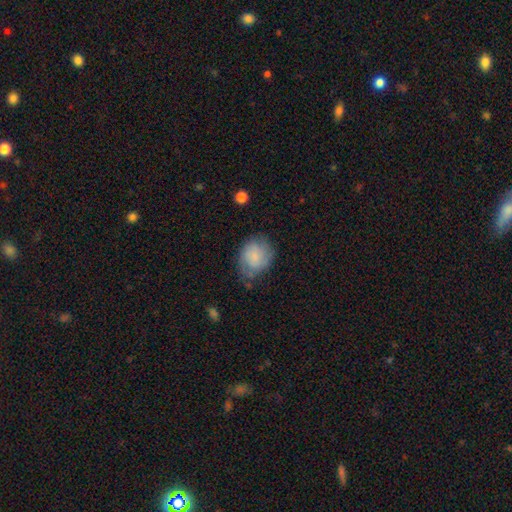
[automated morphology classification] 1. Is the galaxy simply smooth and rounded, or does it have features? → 66% smooth, 26% featured or disk, 8% star or artifact.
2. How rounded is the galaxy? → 56% round, 43% in between, 1% cigar-shaped.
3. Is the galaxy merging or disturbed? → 51% none, 33% minor disturbance, 14% major disturbance, 2% merger.